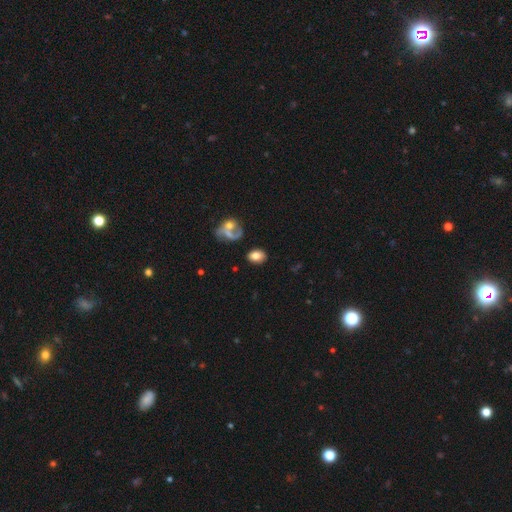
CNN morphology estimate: The model was most divided on "how rounded": in between: 74%, round: 25%, cigar-shaped: 1%. More confident: smooth or featured — smooth (75%); merging — none (75%).